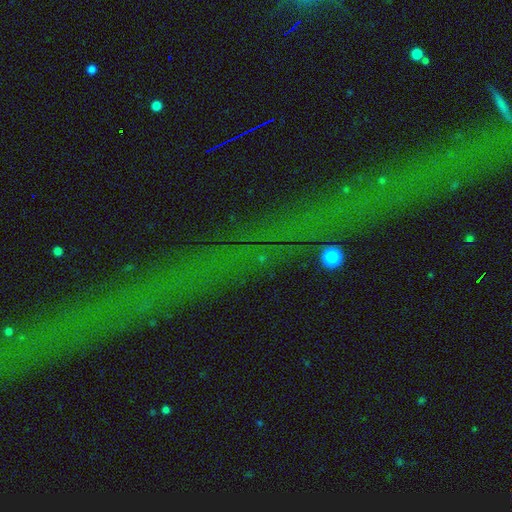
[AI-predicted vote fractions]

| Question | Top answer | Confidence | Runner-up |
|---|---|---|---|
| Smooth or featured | star or artifact | 77% | featured or disk (13%) |